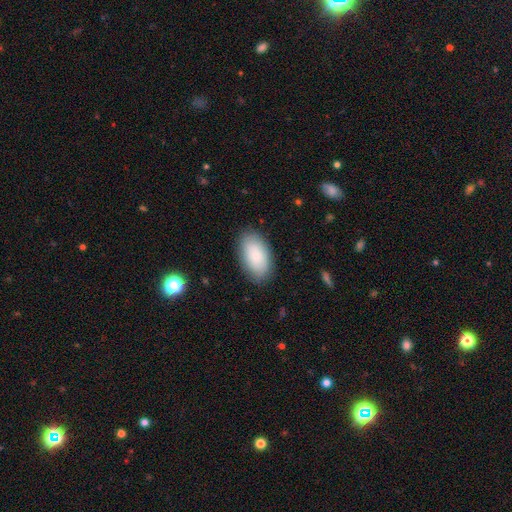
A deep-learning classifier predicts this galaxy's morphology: smooth-or-featured: smooth: 81% | featured or disk: 12% | star or artifact: 7%
  how-rounded: in between: 94% | round: 4% | cigar-shaped: 2%
  merging: none: 85% | minor disturbance: 11% | major disturbance: 3% | merger: 1%